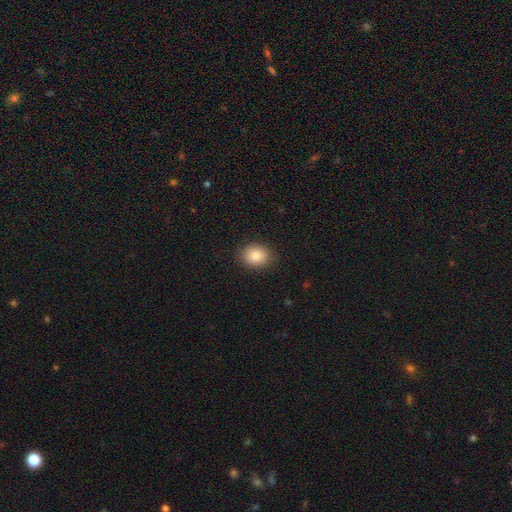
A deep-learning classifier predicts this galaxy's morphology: smooth_or_featured: smooth (p=0.87) [alt: star or artifact p=0.08]
how_rounded: in between (p=0.58) [alt: round p=0.41]
merging: none (p=0.88) [alt: minor disturbance p=0.09]